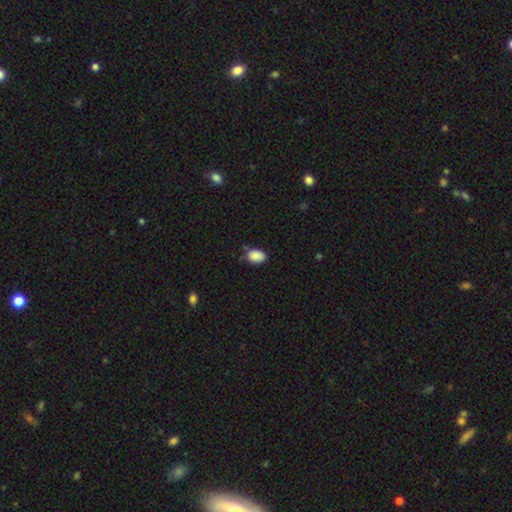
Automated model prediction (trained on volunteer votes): Smooth or featured?
  - smooth: 88% *
  - star or artifact: 8%
  - featured or disk: 4%
How rounded?
  - in between: 86% *
  - round: 13%
  - cigar-shaped: 1%
Merging?
  - none: 66% *
  - minor disturbance: 27%
  - major disturbance: 5%
  - merger: 3%